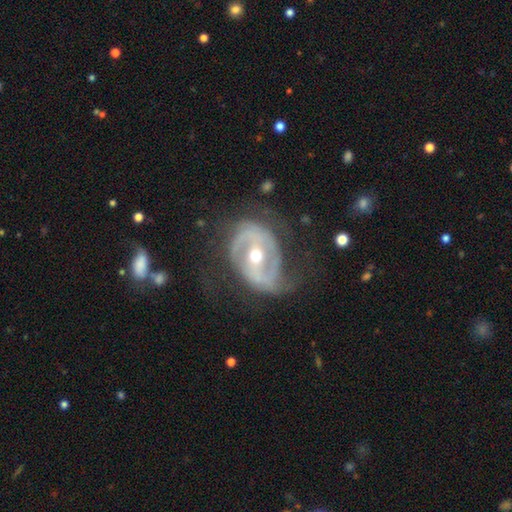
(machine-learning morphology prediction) Smooth or featured? Predicted: featured or disk (p=0.86). Edge-on disk? Predicted: no (p=0.96). Bar? Predicted: strong (p=0.41). Spiral arms? Predicted: yes (p=0.85). Spiral winding? Predicted: medium (p=0.42). Spiral arm count? Predicted: 2 (p=0.73). Bulge size? Predicted: moderate (p=0.64). Merging? Predicted: none (p=0.56).